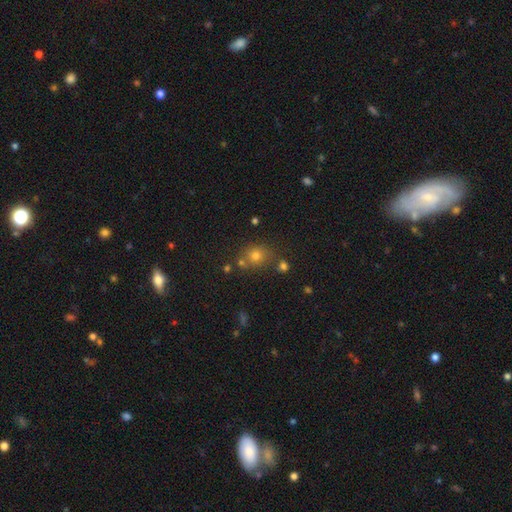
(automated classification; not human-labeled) This appears to be a smooth galaxy with no disk features (69%) that is round (78%). Merging: none (70%).